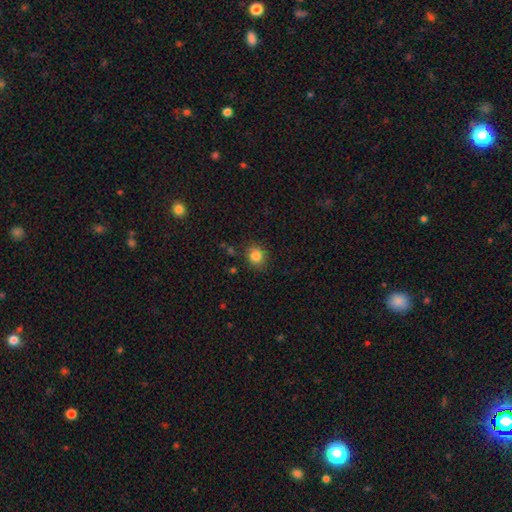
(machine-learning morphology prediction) Q: Smooth or featured?
A: smooth (84%); runner-up: star or artifact (11%)
Q: How rounded?
A: round (75%); runner-up: in between (24%)
Q: Merging?
A: none (86%); runner-up: minor disturbance (9%)